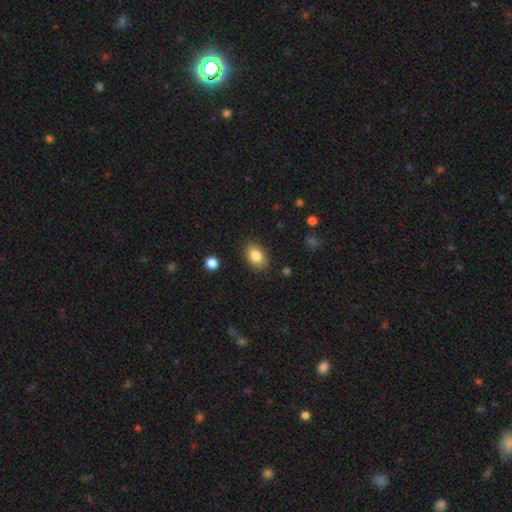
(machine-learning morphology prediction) Q: Smooth or featured?
A: smooth (84%); runner-up: star or artifact (8%)
Q: How rounded?
A: in between (84%); runner-up: round (15%)
Q: Merging?
A: none (87%); runner-up: minor disturbance (10%)